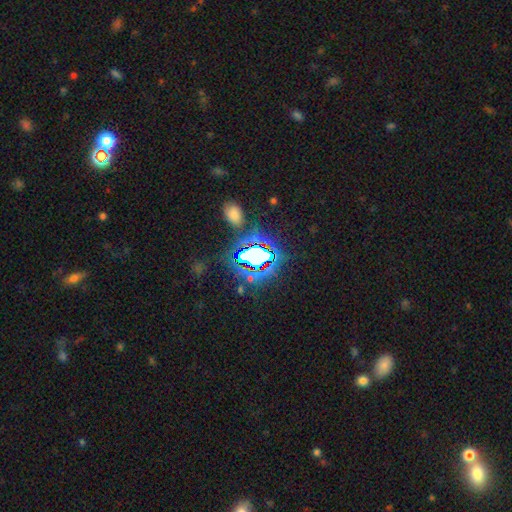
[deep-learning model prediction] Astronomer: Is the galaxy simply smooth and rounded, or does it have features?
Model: star or artifact — 68%.